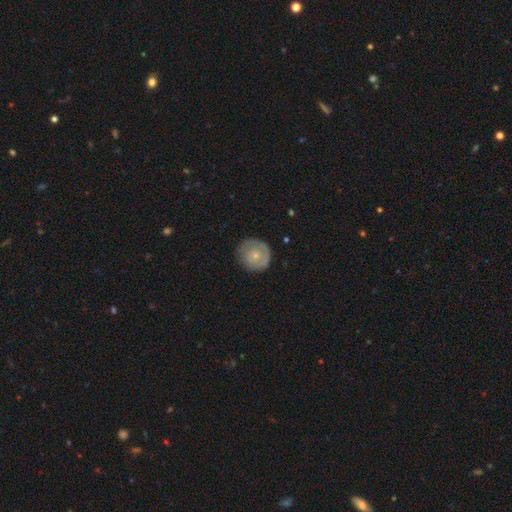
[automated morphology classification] This appears to be a smooth galaxy with no disk features (58%) that is round (91%). Merging: none (76%).